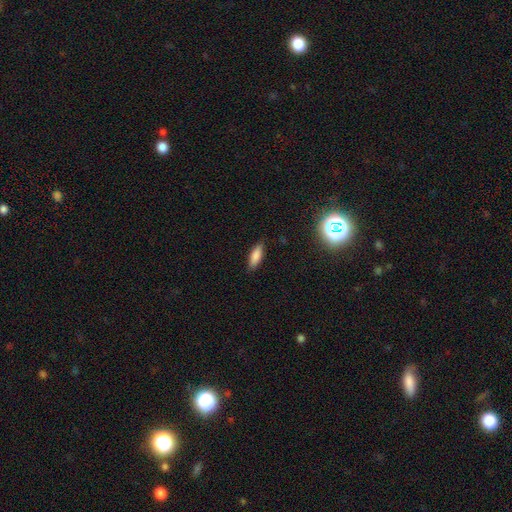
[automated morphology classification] smooth-or-featured: smooth: 83% | featured or disk: 9% | star or artifact: 8%
  how-rounded: in between: 64% | cigar-shaped: 34% | round: 2%
  merging: none: 86% | minor disturbance: 11% | major disturbance: 2% | merger: 1%